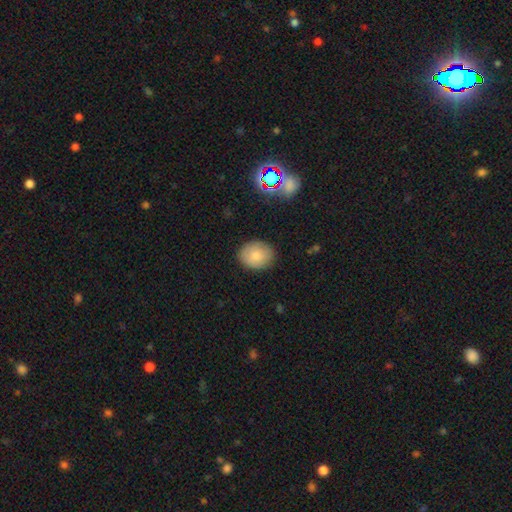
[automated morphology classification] A smooth galaxy with no disk features (80%) that is round (52%).

Vote fractions:
- Smooth or featured? smooth: 80% / featured or disk: 11% / star or artifact: 9%
- How rounded? round: 52% / in between: 47% / cigar-shaped: 1%
- Merging? none: 85% / minor disturbance: 11% / major disturbance: 3% / merger: 1%